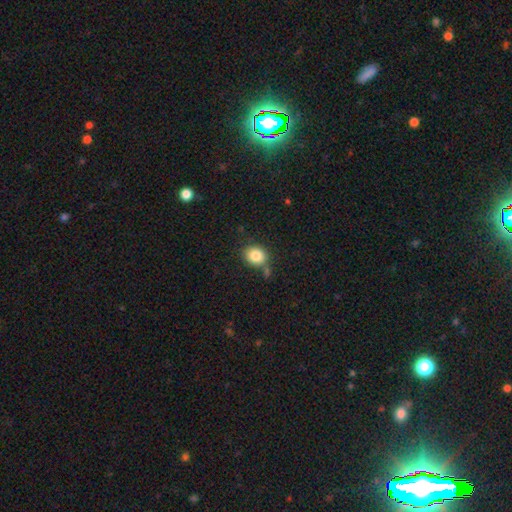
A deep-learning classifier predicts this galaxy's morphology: Smooth or featured? smooth (83%)
How rounded? round (66%)
Merging? none (72%)